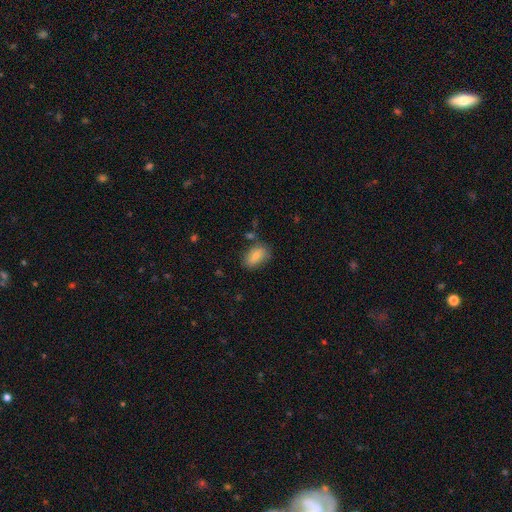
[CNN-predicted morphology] smooth-or-featured: smooth: 78% | featured or disk: 14% | star or artifact: 7%
  how-rounded: in between: 89% | round: 9% | cigar-shaped: 2%
  merging: none: 75% | minor disturbance: 17% | merger: 5% | major disturbance: 4%